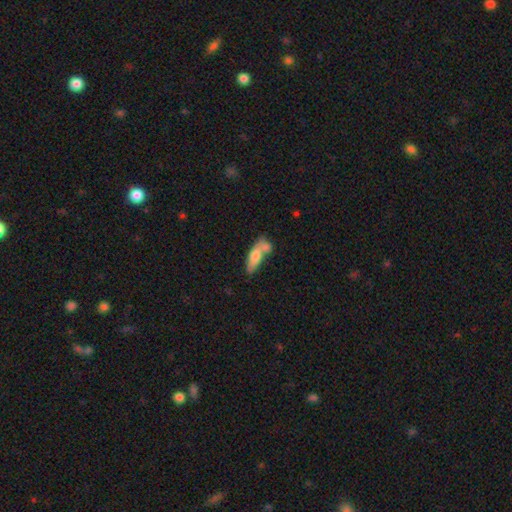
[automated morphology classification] smooth-or-featured: smooth: 68% | featured or disk: 25% | star or artifact: 7%
  how-rounded: in between: 55% | cigar-shaped: 42% | round: 3%
  merging: merger: 40% | none: 38% | minor disturbance: 15% | major disturbance: 7%